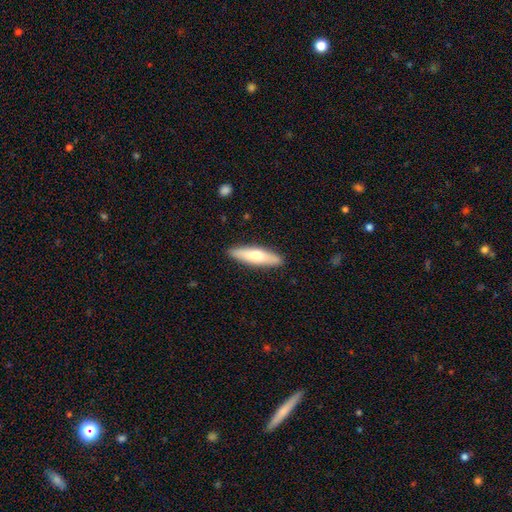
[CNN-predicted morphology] The model was most divided on "smooth or featured": smooth: 60%, featured or disk: 34%, star or artifact: 5%. More confident: merging — none (89%); how rounded — cigar-shaped (68%).